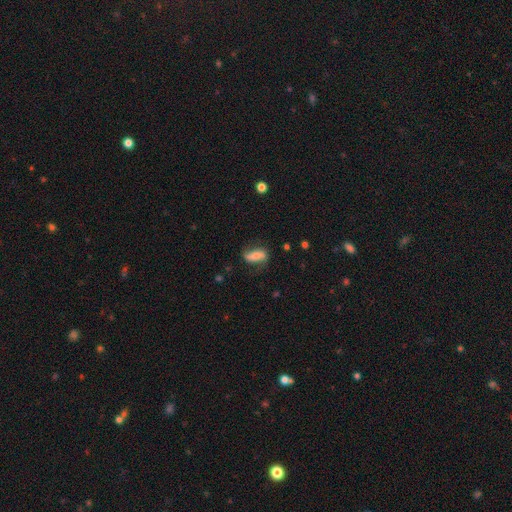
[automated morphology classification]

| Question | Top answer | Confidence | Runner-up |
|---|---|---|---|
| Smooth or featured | smooth | 49% | featured or disk (42%) |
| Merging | none | 63% | minor disturbance (23%) |